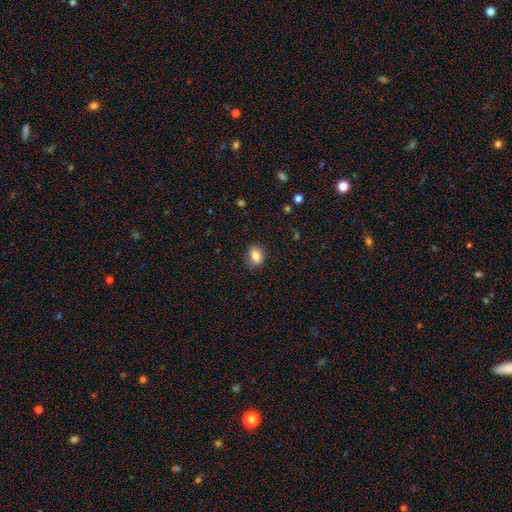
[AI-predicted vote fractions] smooth_or_featured: smooth (p=0.81) [alt: star or artifact p=0.10]
how_rounded: round (p=0.51) [alt: in between p=0.48]
merging: none (p=0.82) [alt: minor disturbance p=0.14]